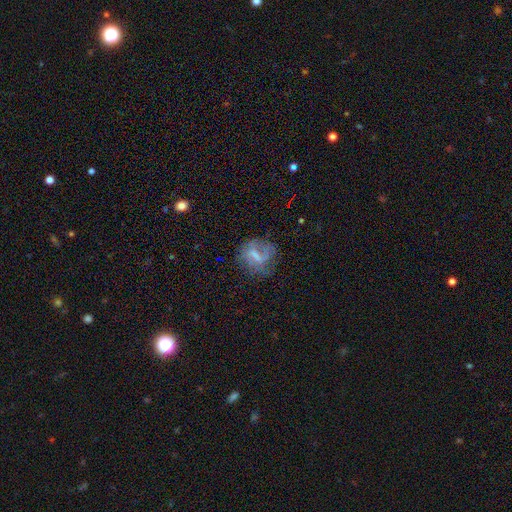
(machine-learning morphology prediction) This is possibly a featured or disk galaxy (50%). It is clearly not viewed edge-on (95%). Merging: possibly none (53%).